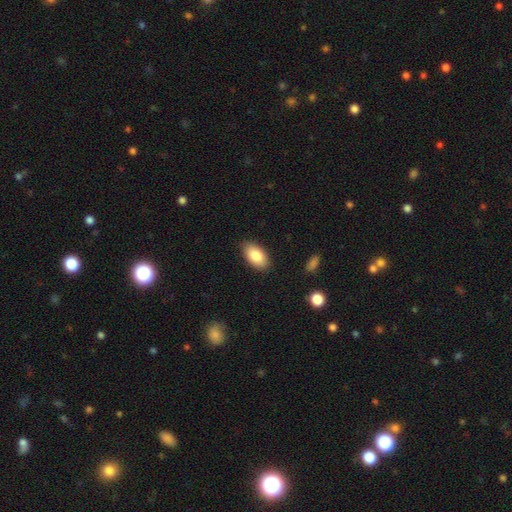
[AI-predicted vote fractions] A smooth galaxy with no disk features (85%) that is in between round and cigar-shaped (94%).

Vote fractions:
- Smooth or featured? smooth: 85% / featured or disk: 9% / star or artifact: 7%
- How rounded? in between: 94% / round: 3% / cigar-shaped: 2%
- Merging? none: 86% / minor disturbance: 11% / major disturbance: 2% / merger: 1%